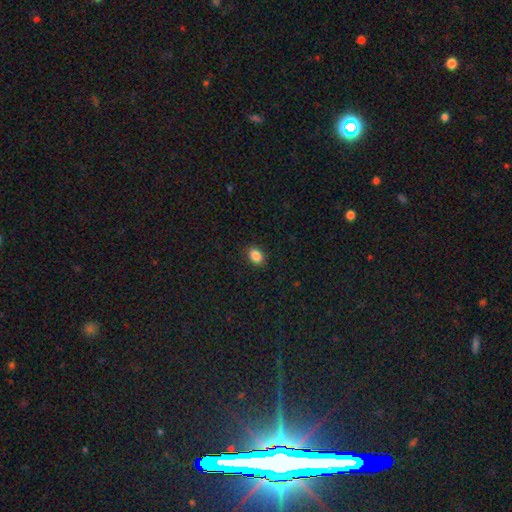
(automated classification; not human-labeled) smooth-or-featured: smooth: 87% | star or artifact: 9% | featured or disk: 4%
  how-rounded: in between: 76% | round: 23% | cigar-shaped: 1%
  merging: none: 88% | minor disturbance: 8% | major disturbance: 2% | merger: 1%